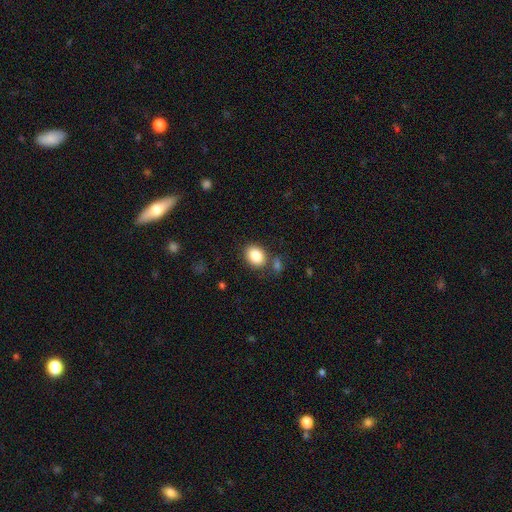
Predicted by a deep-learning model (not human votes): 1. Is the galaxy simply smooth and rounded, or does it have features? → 86% smooth, 8% star or artifact, 5% featured or disk.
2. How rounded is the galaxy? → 64% in between, 35% round, 1% cigar-shaped.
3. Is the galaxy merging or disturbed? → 75% none, 12% minor disturbance, 9% merger, 4% major disturbance.